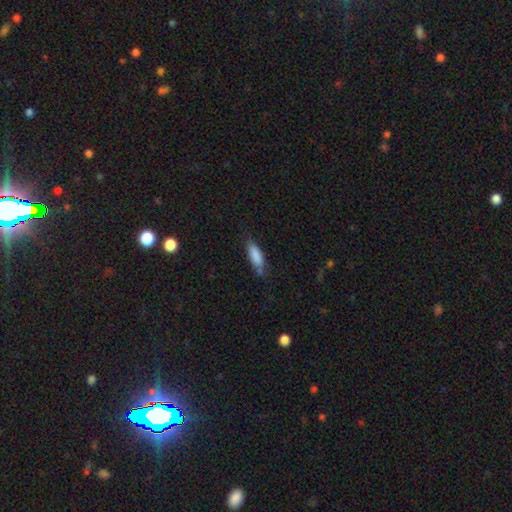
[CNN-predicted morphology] type=smooth (85%); roundness=in between (64%); merging=none (61%).